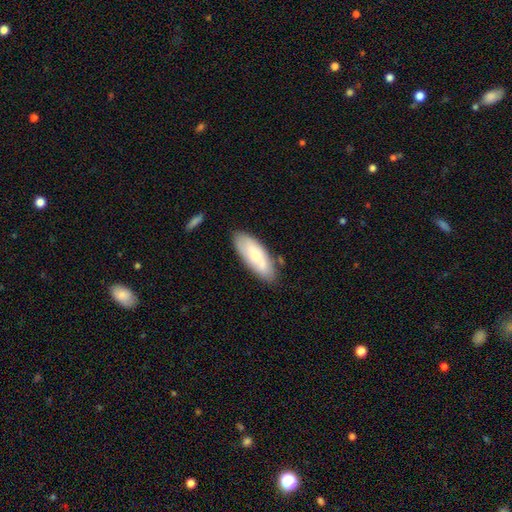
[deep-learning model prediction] Smooth or featured? Predicted: smooth (p=0.72). How rounded? Predicted: in between (p=0.72). Merging? Predicted: none (p=0.77).